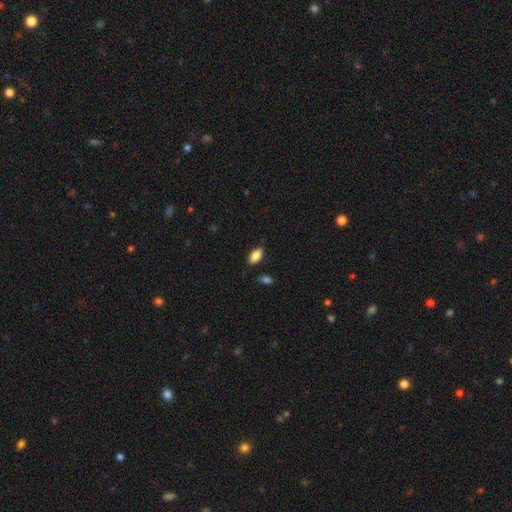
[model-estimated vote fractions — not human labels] Overall: smooth (84%). How rounded: in between (90%). Merging: none (85%).